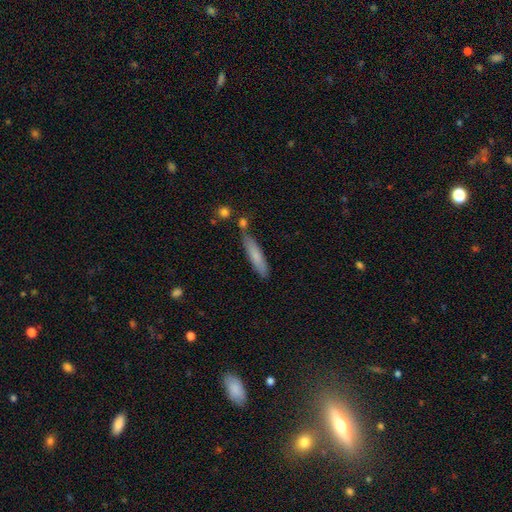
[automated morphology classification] Smooth or featured: smooth — 72% (featured or disk — 22%)
How rounded: cigar-shaped — 85% (in between — 13%)
Merging: none — 73% (minor disturbance — 16%)